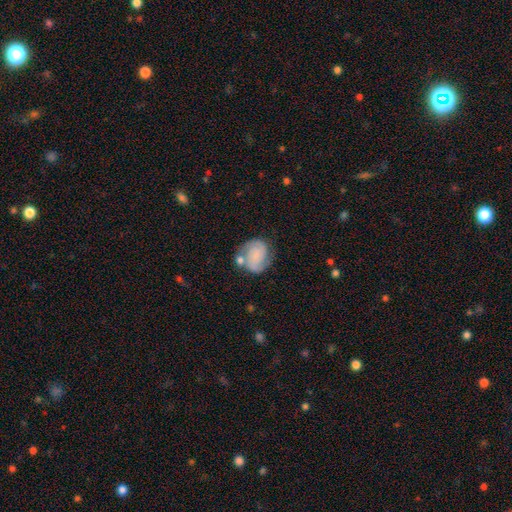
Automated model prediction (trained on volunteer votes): Smooth or featured? Predicted: featured or disk (p=0.62). Edge-on disk? Predicted: no (p=0.98). Bar? Predicted: no (p=0.62). Spiral arms? Predicted: yes (p=0.92). Spiral winding? Predicted: medium (p=0.43). Spiral arm count? Predicted: 2 (p=0.79). Bulge size? Predicted: small (p=0.44). Merging? Predicted: none (p=0.56).